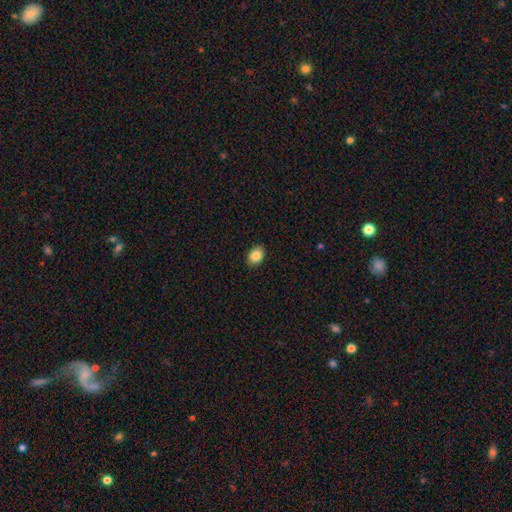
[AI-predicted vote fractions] Smooth or featured? Predicted: smooth (p=0.87). How rounded? Predicted: in between (p=0.67). Merging? Predicted: none (p=0.90).